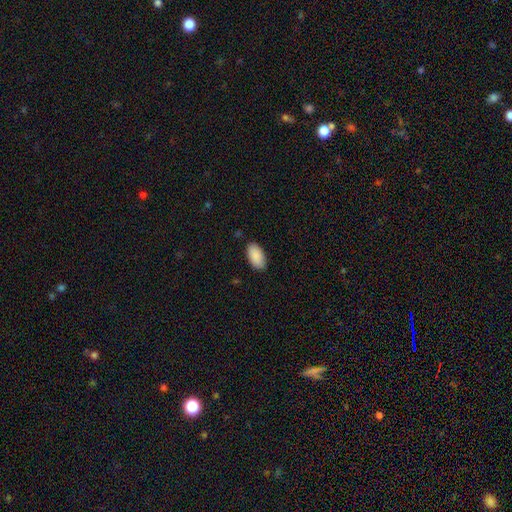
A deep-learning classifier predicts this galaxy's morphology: smooth 90%, star or artifact 6%, featured or disk 4%. Down the decision tree: how rounded — in between (95%); merging — none (86%).